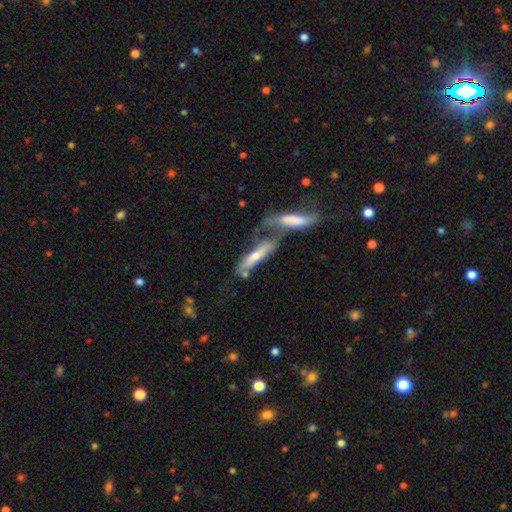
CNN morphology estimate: Smooth or featured?
  - featured or disk: 51% *
  - smooth: 41%
  - star or artifact: 8%
Edge-on disk?
  - yes: 57% *
  - no: 43%
Merging?
  - merger: 55% *
  - none: 25%
  - minor disturbance: 11%
  - major disturbance: 9%